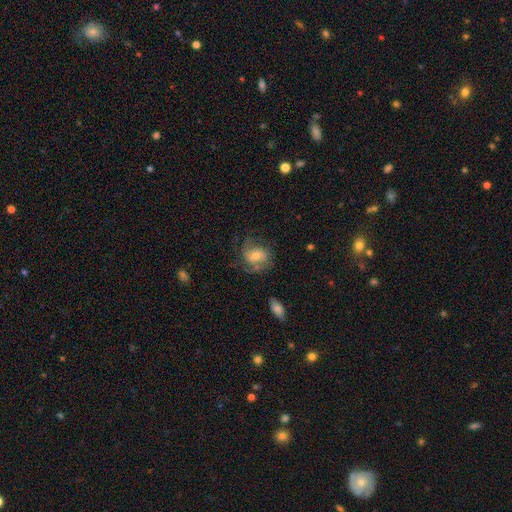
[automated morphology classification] Q: Smooth or featured?
A: featured or disk (52%); runner-up: smooth (39%)
Q: Edge-on disk?
A: no (97%); runner-up: yes (3%)
Q: Bar?
A: no (53%); runner-up: weak (38%)
Q: Spiral arms?
A: yes (79%); runner-up: no (21%)
Q: Bulge size?
A: moderate (48%); runner-up: small (35%)
Q: Merging?
A: none (51%); runner-up: minor disturbance (24%)